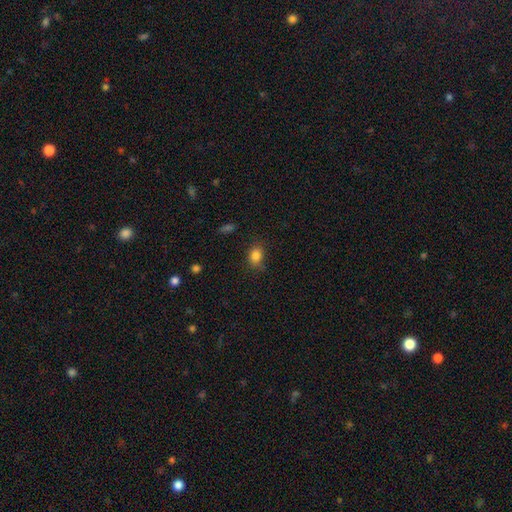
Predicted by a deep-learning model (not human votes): Morphology: type=smooth (83%); roundness=in between (59%); merging=none (76%).